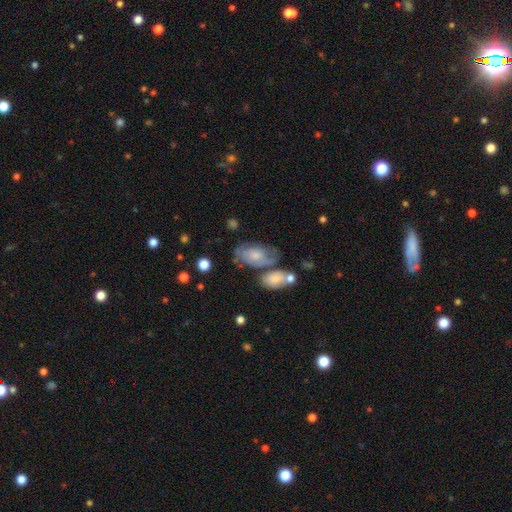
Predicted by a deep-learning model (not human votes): smooth 58%, featured or disk 35%, star or artifact 7%. Down the decision tree: how rounded — in between (89%); merging — none (38%).